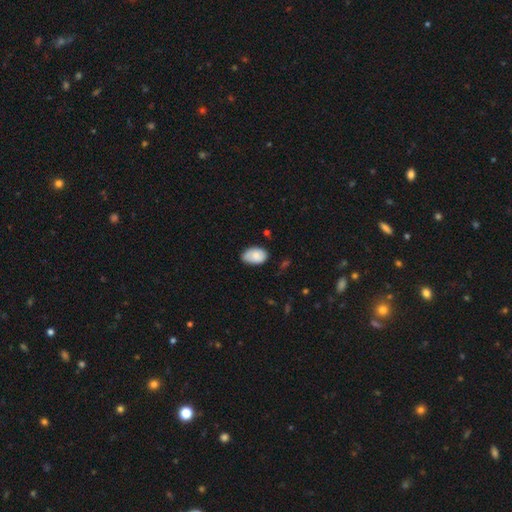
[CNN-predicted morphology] Smooth or featured? Predicted: smooth (p=0.80). How rounded? Predicted: in between (p=0.90). Merging? Predicted: none (p=0.63).